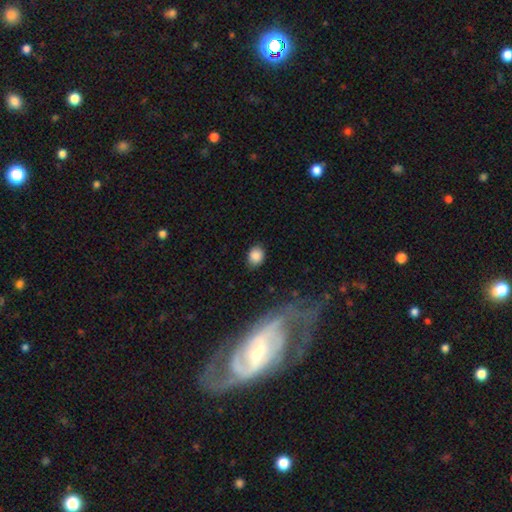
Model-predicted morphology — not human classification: Overall: smooth (86%). How rounded: in between (57%; round 42%). Merging: none (82%).